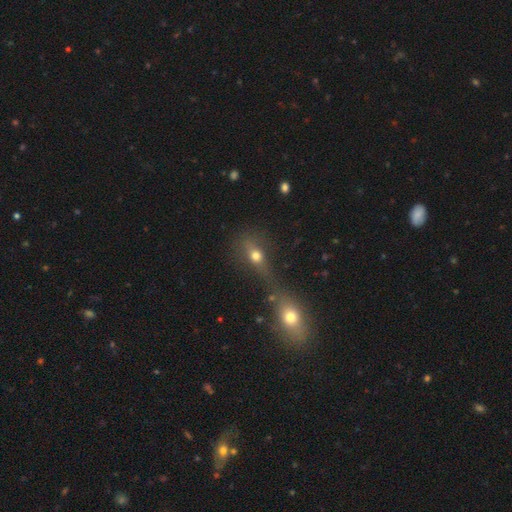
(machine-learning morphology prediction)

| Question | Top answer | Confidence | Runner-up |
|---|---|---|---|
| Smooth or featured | smooth | 60% | star or artifact (20%) |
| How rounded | in between | 50% | round (35%) |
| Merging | merger | 44% | none (34%) |